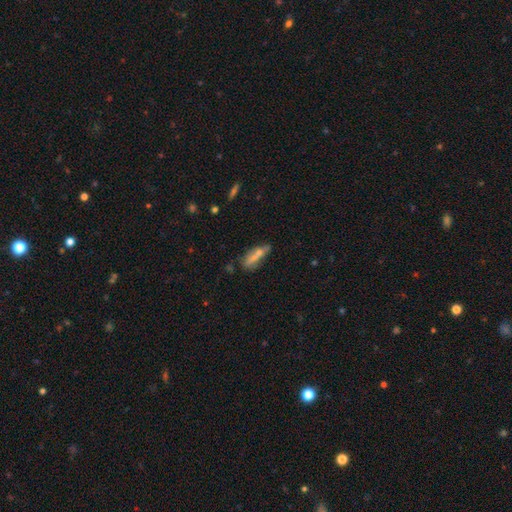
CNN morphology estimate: This appears to be a smooth galaxy with no disk features (60%) that is cigar-shaped (49%). Merging: none (39%).